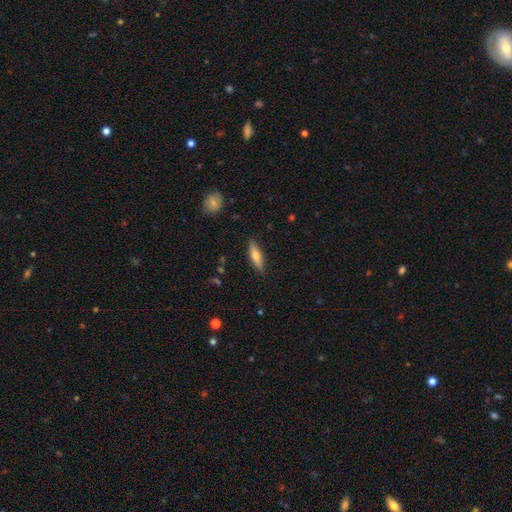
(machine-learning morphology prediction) A smooth galaxy with no disk features (61%) that is cigar-shaped (61%). Merging: none (86%).